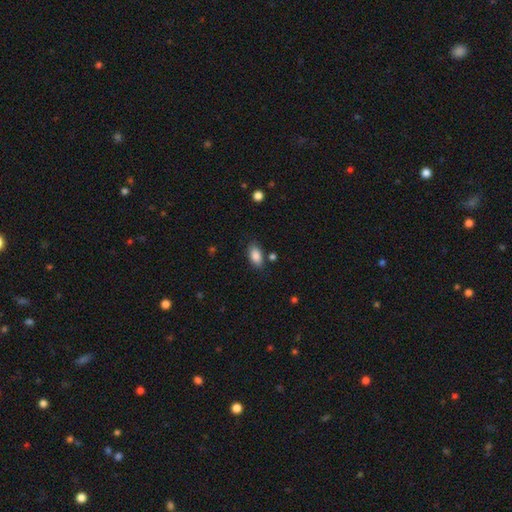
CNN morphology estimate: A smooth galaxy with no disk features (87%) that is in between round and cigar-shaped (92%). Merging: none (79%).